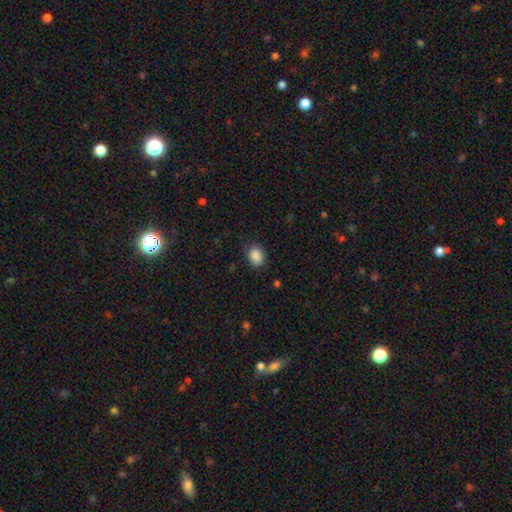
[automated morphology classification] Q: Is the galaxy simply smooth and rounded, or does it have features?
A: smooth — 88%.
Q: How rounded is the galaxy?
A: in between — 67%.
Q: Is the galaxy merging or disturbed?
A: none — 77%.